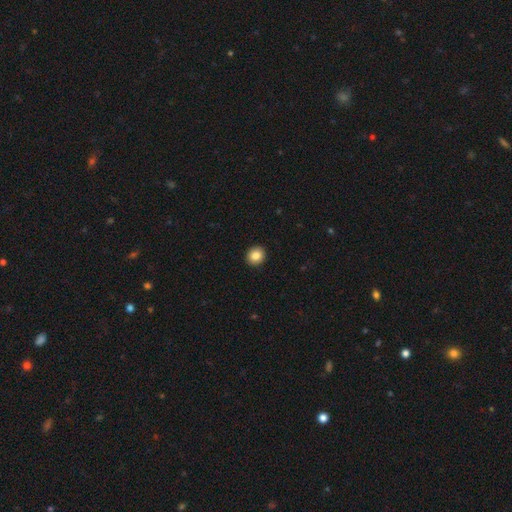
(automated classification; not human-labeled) Smooth or featured: smooth — 85% (star or artifact — 9%)
How rounded: round — 89% (in between — 10%)
Merging: none — 93% (minor disturbance — 4%)